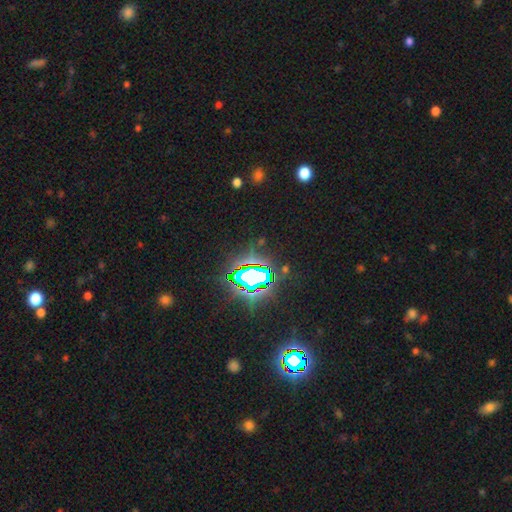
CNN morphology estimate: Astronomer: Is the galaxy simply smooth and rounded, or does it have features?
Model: star or artifact — 83%.